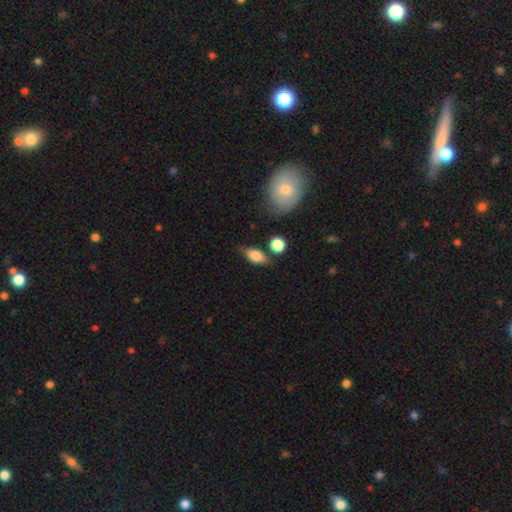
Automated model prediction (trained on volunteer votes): A smooth galaxy with no disk features (75%) that is in between round and cigar-shaped (80%). Merging: none (67%).